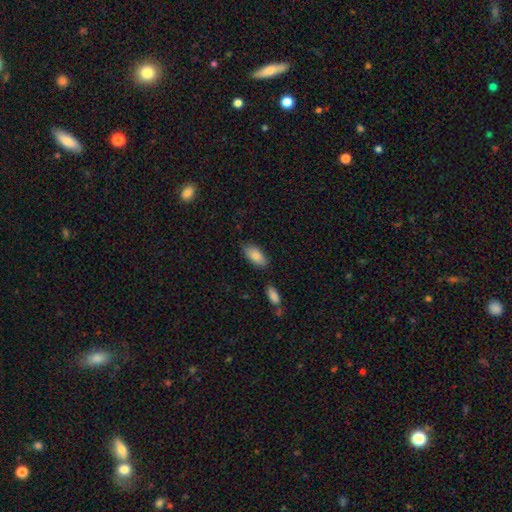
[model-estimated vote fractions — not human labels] A smooth galaxy with no disk features (86%) that is in between round and cigar-shaped (89%).

Vote fractions:
- Smooth or featured? smooth: 86% / featured or disk: 8% / star or artifact: 6%
- How rounded? in between: 89% / cigar-shaped: 8% / round: 2%
- Merging? none: 78% / minor disturbance: 14% / merger: 5% / major disturbance: 3%